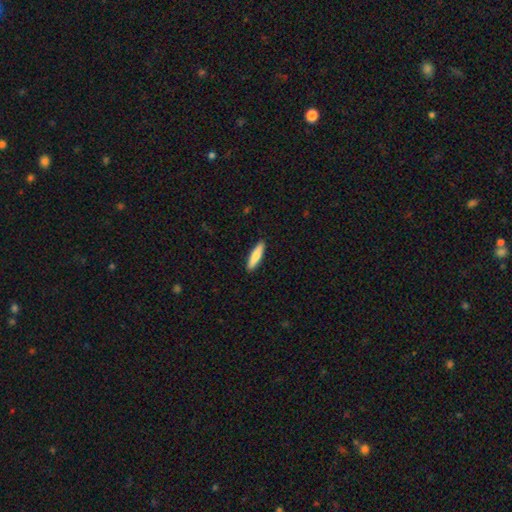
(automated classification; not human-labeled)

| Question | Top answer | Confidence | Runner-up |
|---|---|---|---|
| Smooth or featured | smooth | 77% | featured or disk (18%) |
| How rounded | cigar-shaped | 75% | in between (24%) |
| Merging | none | 91% | minor disturbance (7%) |